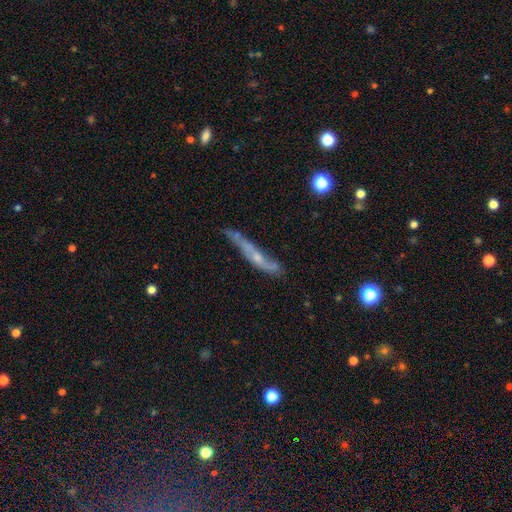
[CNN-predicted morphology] A featured or disk galaxy (63%) viewed edge-on (65%).

Vote fractions:
- Smooth or featured? featured or disk: 63% / smooth: 29% / star or artifact: 9%
- Edge-on disk? yes: 65% / no: 35%
- Merging? none: 53% / minor disturbance: 29% / major disturbance: 12% / merger: 5%